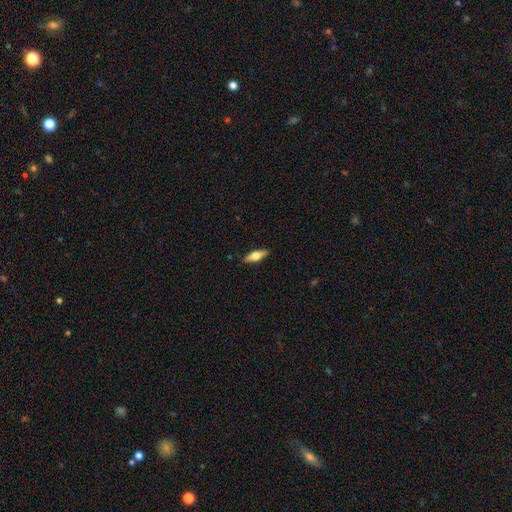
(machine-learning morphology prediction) Smooth or featured?
  - smooth: 56% *
  - featured or disk: 38%
  - star or artifact: 6%
How rounded?
  - in between: 56% *
  - cigar-shaped: 41%
  - round: 3%
Merging?
  - none: 89% *
  - minor disturbance: 8%
  - major disturbance: 2%
  - merger: 1%